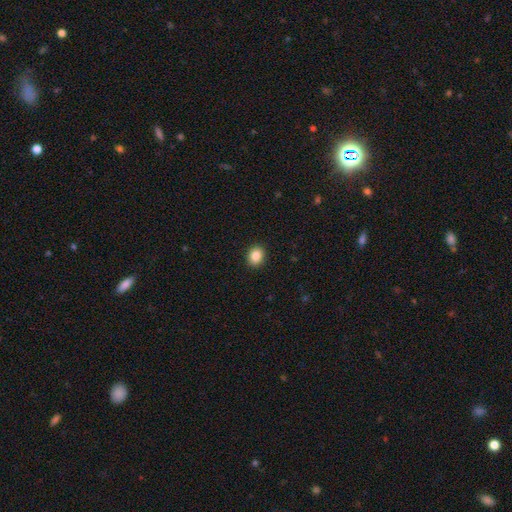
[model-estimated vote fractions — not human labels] Morphology: type=smooth (86%); roundness=round (57%); merging=none (92%).